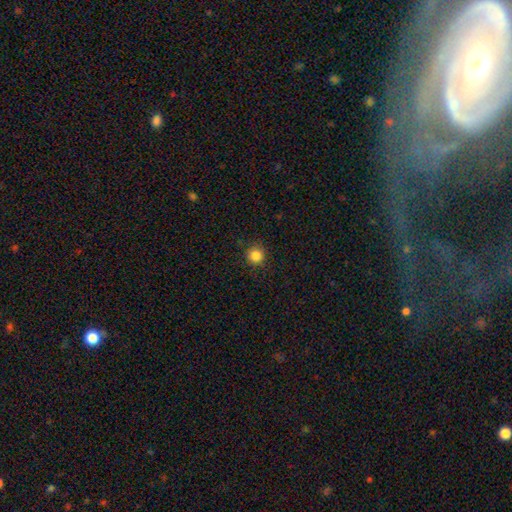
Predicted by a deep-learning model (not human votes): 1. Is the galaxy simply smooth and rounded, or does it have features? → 85% smooth, 11% star or artifact, 4% featured or disk.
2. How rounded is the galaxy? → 94% round, 5% in between, 1% cigar-shaped.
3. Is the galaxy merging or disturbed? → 89% none, 8% minor disturbance, 2% major disturbance, 1% merger.